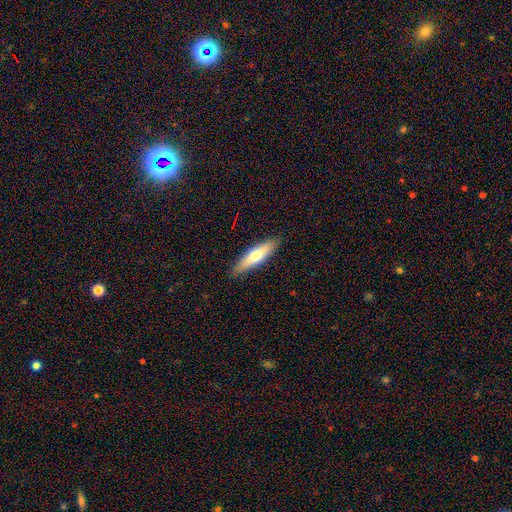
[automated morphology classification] Smooth or featured? Predicted: smooth (p=0.60). How rounded? Predicted: cigar-shaped (p=0.67). Merging? Predicted: none (p=0.88).